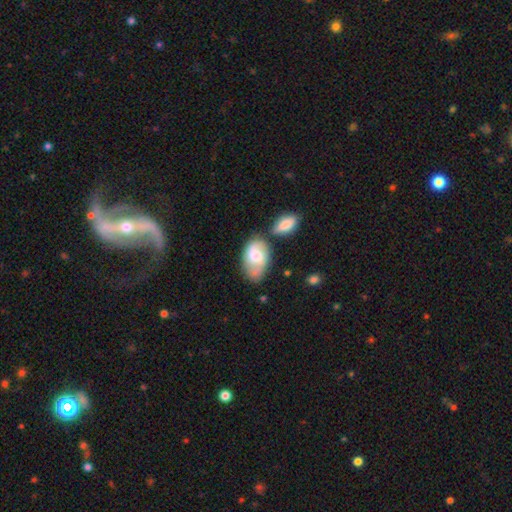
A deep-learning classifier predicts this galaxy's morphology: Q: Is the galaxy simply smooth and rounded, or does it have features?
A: featured or disk — 48%.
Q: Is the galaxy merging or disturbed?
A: none — 53%.